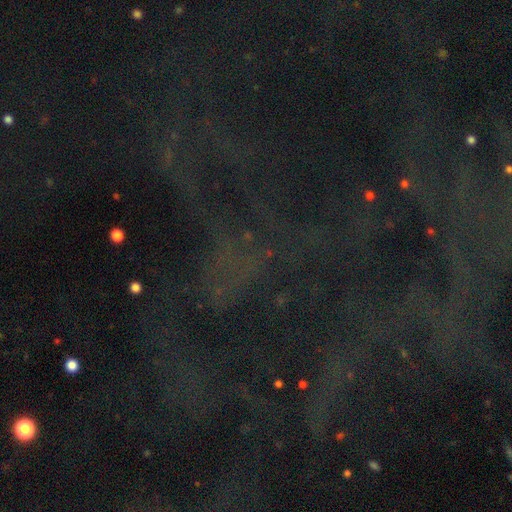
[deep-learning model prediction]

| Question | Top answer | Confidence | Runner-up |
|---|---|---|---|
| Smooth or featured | star or artifact | 78% | featured or disk (11%) |